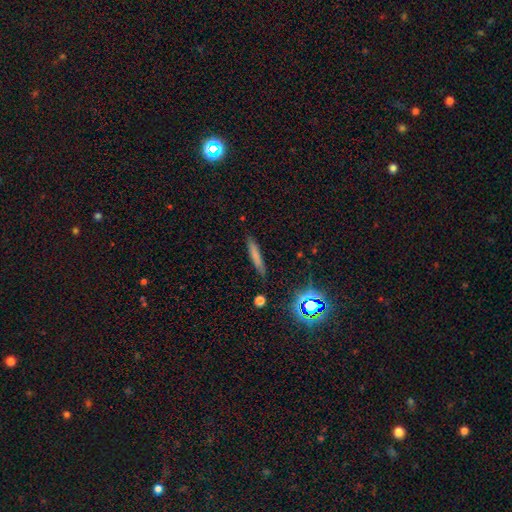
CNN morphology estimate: This appears to be a smooth galaxy with no disk features (68%) that is cigar-shaped (92%). Merging: none (85%).